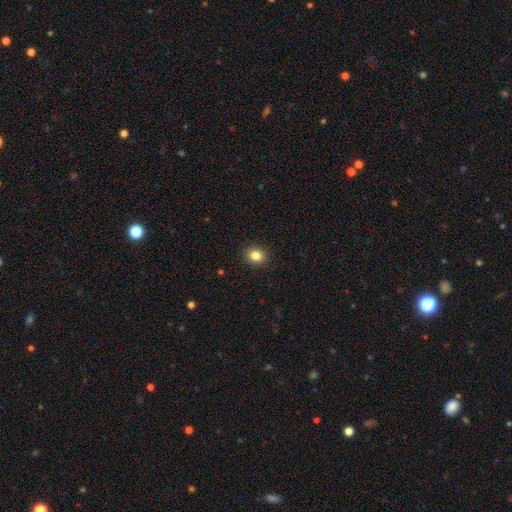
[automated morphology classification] Overall: smooth (84%). How rounded: round (55%; in between 44%). Merging: none (91%).